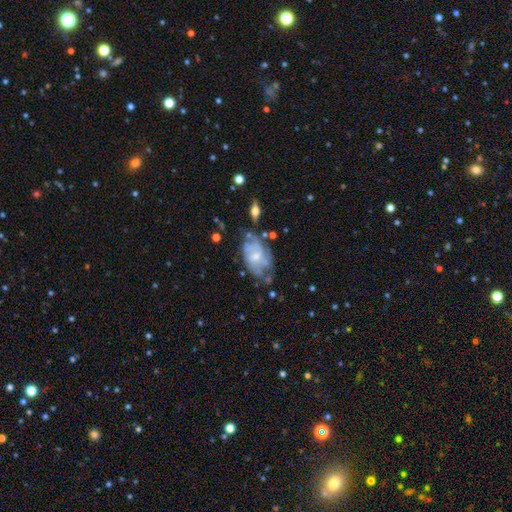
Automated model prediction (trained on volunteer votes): Overall: featured or disk (67%). Edge-on disk: no (96%). Bar: no (59%; weak 36%). Spiral arms: yes (72%). Bulge size: small (52%; moderate 38%). Merging: none (47%; minor disturbance 29%).